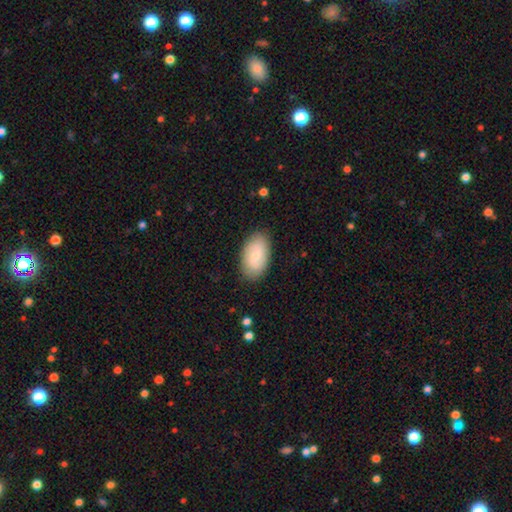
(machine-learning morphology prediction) A smooth galaxy with no disk features (63%) that is in between round and cigar-shaped (94%). Merging: none (85%).